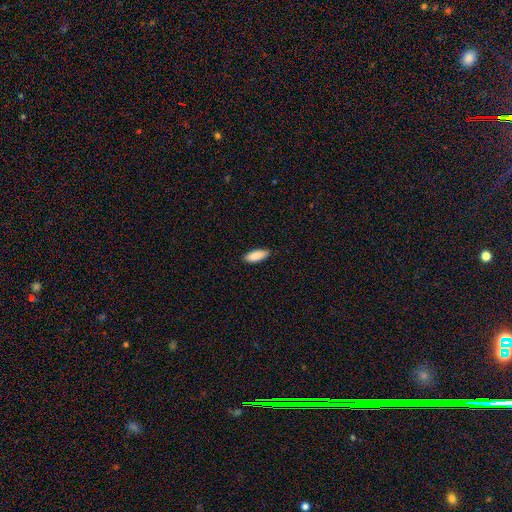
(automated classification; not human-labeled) Smooth or featured?
  - smooth: 90% *
  - star or artifact: 6%
  - featured or disk: 4%
How rounded?
  - in between: 71% *
  - cigar-shaped: 28%
  - round: 2%
Merging?
  - none: 88% *
  - minor disturbance: 10%
  - major disturbance: 2%
  - merger: 1%